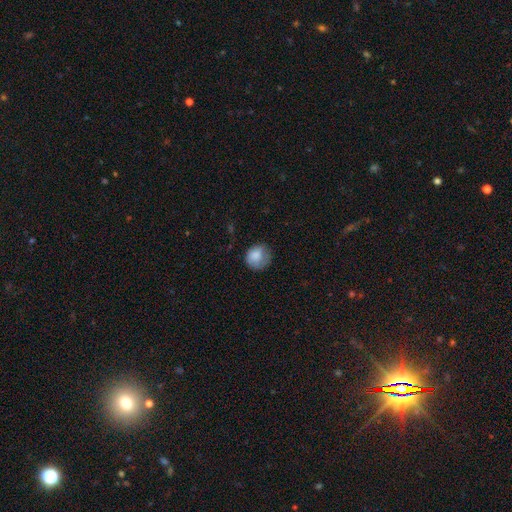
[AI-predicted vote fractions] Q: Smooth or featured?
A: smooth (83%); runner-up: featured or disk (10%)
Q: How rounded?
A: round (82%); runner-up: in between (18%)
Q: Merging?
A: none (61%); runner-up: minor disturbance (27%)